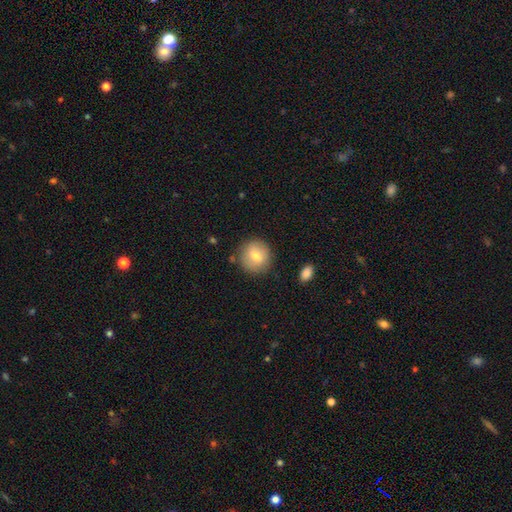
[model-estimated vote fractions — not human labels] Smooth or featured? Predicted: smooth (p=0.74). How rounded? Predicted: round (p=0.88). Merging? Predicted: none (p=0.84).